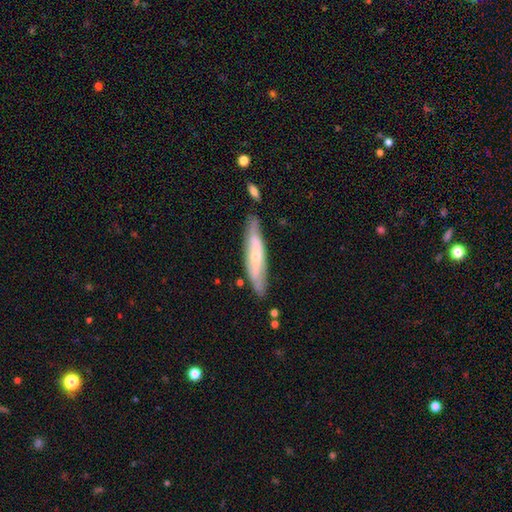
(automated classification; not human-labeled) This is possibly a featured or disk galaxy (57%). It is possibly viewed edge-on (60%). Merging: likely none (77%).